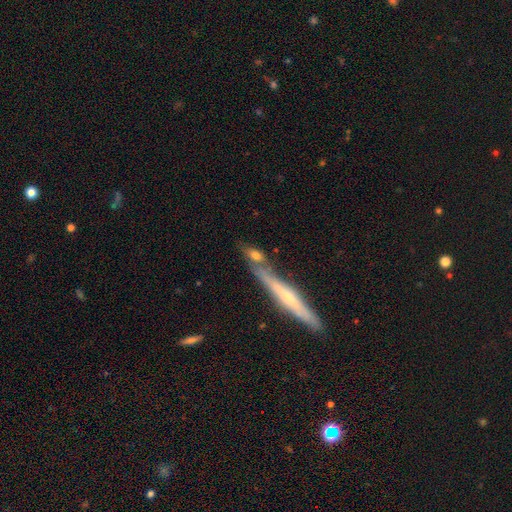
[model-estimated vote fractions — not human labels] smooth_or_featured: smooth (p=0.61) [alt: featured or disk p=0.29]
how_rounded: cigar-shaped (p=0.44) [alt: in between p=0.43]
merging: none (p=0.51) [alt: merger p=0.28]